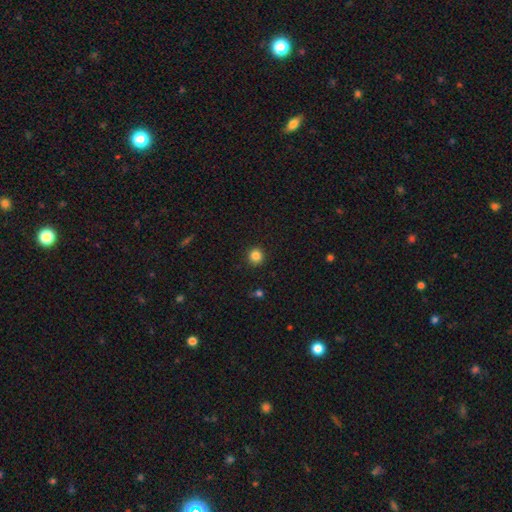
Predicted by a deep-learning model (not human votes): Q: Smooth or featured?
A: smooth (85%); runner-up: star or artifact (12%)
Q: How rounded?
A: round (93%); runner-up: in between (6%)
Q: Merging?
A: none (92%); runner-up: minor disturbance (5%)